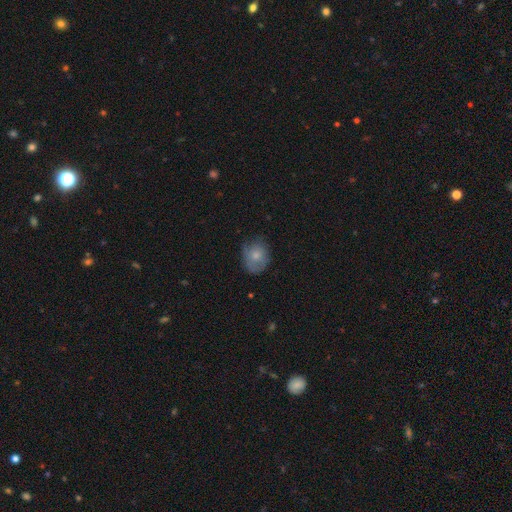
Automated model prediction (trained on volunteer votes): A smooth galaxy with no disk features (73%) that is round (58%).

Vote fractions:
- Smooth or featured? smooth: 73% / featured or disk: 19% / star or artifact: 8%
- How rounded? round: 58% / in between: 41% / cigar-shaped: 1%
- Merging? none: 62% / minor disturbance: 28% / major disturbance: 9% / merger: 1%